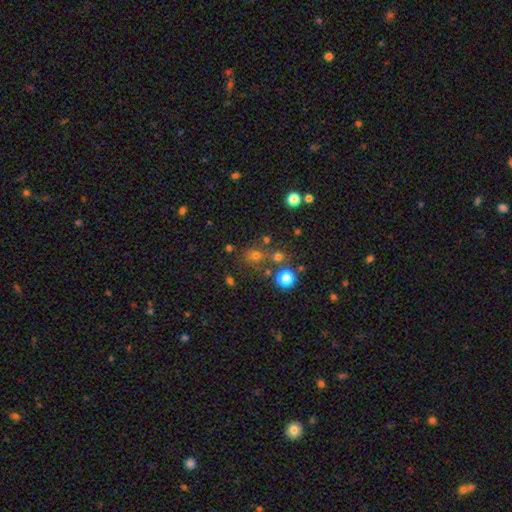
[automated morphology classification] This is likely a smooth galaxy (64%). How rounded: likely round (75%). Merging: likely none (61%).